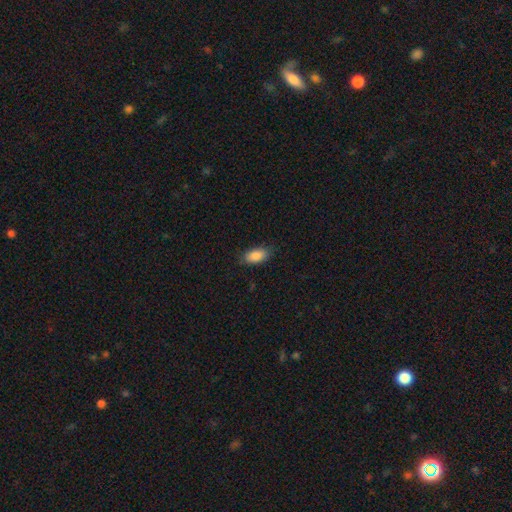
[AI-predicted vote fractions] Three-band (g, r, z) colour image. It shows a smooth galaxy with no disk features (89%) that is in between round and cigar-shaped (92%). Merging: none (81%).